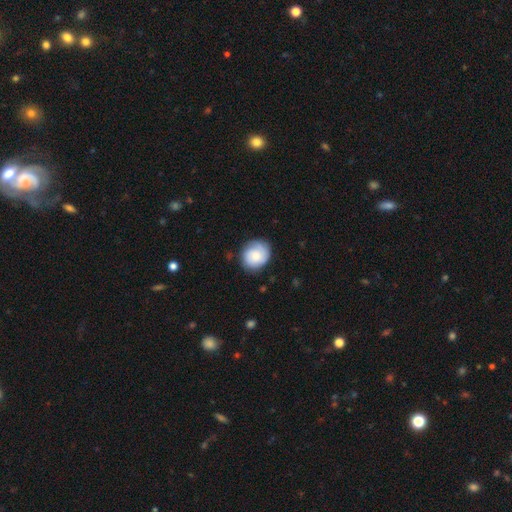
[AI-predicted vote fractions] Overall: smooth (65%; featured or disk 28%). How rounded: round (78%). Merging: none (78%).